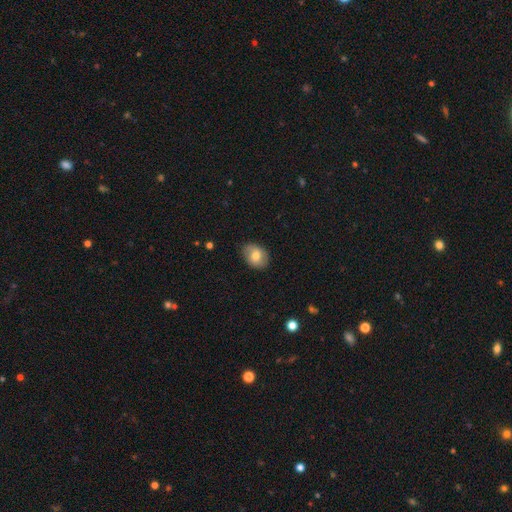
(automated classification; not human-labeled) smooth 75%, featured or disk 17%, star or artifact 8%. Down the decision tree: how rounded — in between (65%); merging — none (82%).